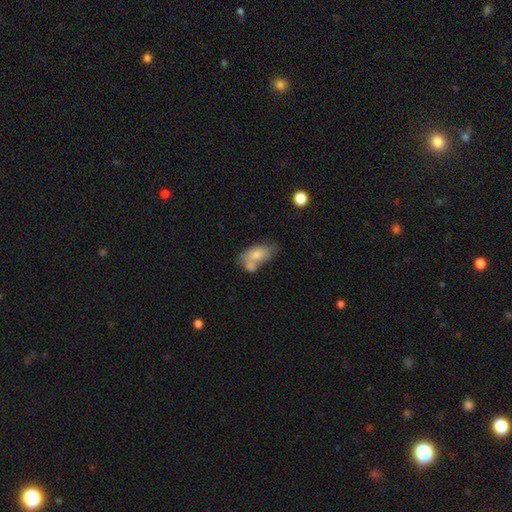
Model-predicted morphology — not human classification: Overall: smooth (71%). How rounded: in between (90%). Merging: merger (39%; none 33%).